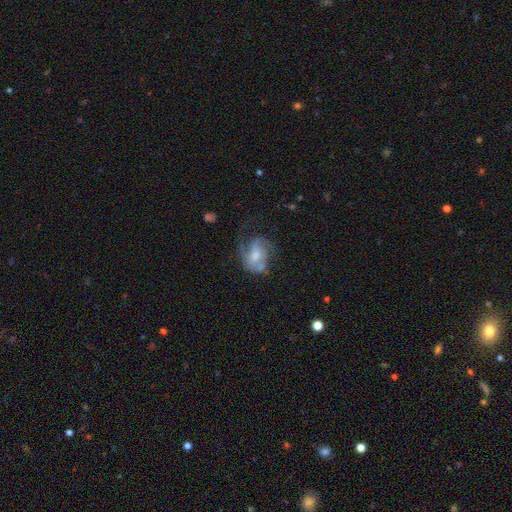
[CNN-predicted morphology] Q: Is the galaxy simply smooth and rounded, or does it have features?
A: featured or disk — 63%.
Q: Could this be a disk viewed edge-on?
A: no — 97%.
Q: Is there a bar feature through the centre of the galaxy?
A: no — 53%.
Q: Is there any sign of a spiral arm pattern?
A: yes — 79%.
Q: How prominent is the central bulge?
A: moderate — 50%.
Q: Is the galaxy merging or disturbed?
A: none — 37%.